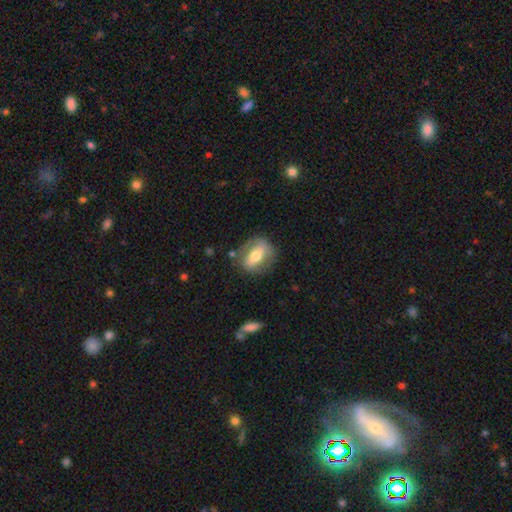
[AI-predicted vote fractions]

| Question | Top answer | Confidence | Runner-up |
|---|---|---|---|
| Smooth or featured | featured or disk | 49% | smooth (44%) |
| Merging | none | 73% | minor disturbance (17%) |